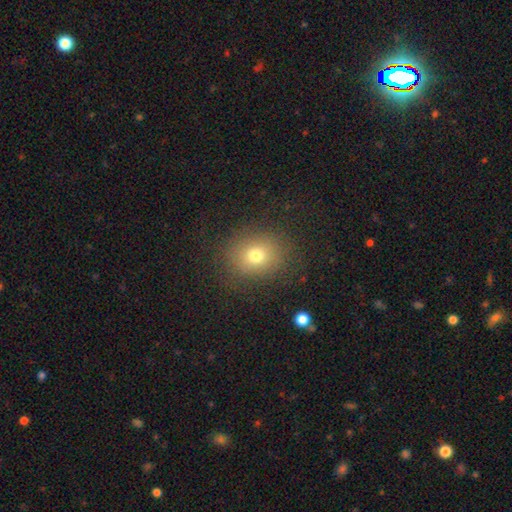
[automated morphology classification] A smooth galaxy with no disk features (73%) that is round (69%). Merging: none (83%).